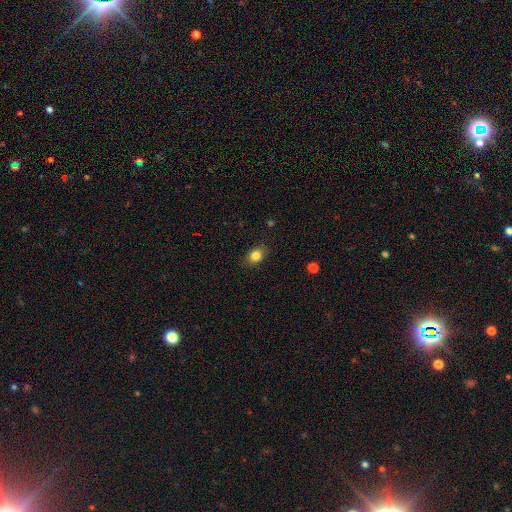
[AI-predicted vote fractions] This is clearly a smooth galaxy (83%). How rounded: likely in between (62%). Merging: clearly none (85%).